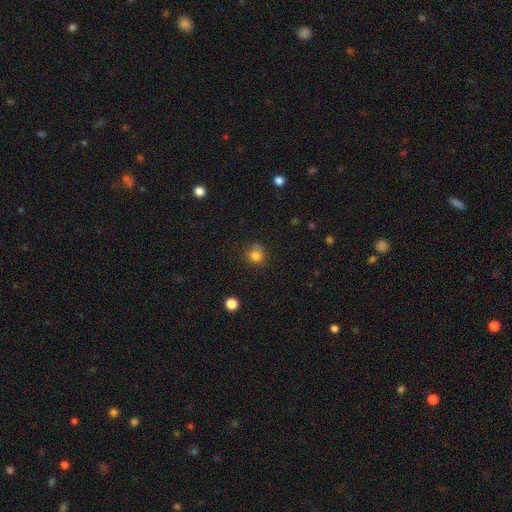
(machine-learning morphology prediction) smooth_or_featured: smooth (p=0.82) [alt: star or artifact p=0.13]
how_rounded: round (p=0.86) [alt: in between p=0.13]
merging: none (p=0.72) [alt: minor disturbance p=0.20]